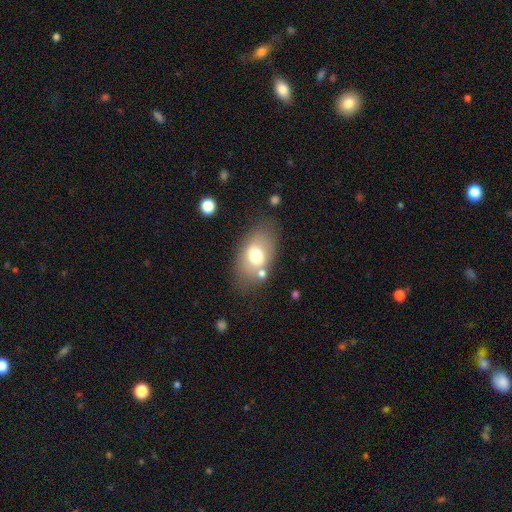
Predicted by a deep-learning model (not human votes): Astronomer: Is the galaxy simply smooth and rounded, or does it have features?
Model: smooth — 68%.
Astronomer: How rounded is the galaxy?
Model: in between — 86%.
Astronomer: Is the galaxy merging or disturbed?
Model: none — 70%.